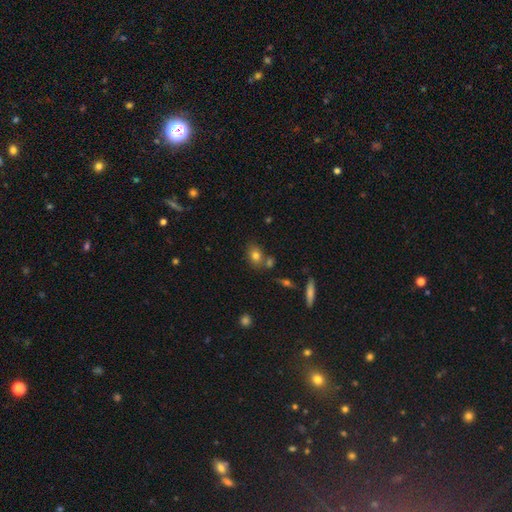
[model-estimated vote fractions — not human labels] Smooth or featured? smooth (77%)
How rounded? in between (56%)
Merging? none (62%)